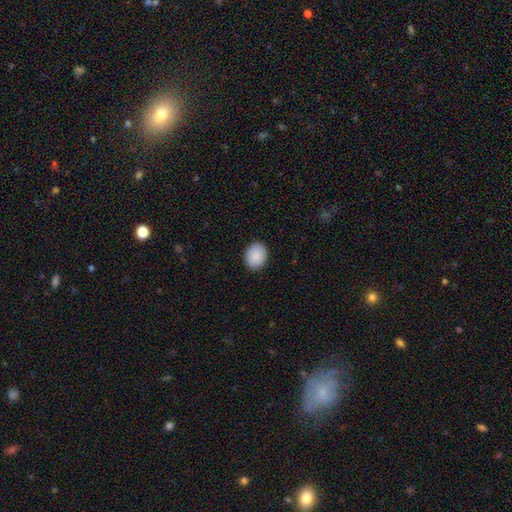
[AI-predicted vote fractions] This is clearly a smooth galaxy (90%). How rounded: possibly in between (57%). Merging: clearly none (89%).